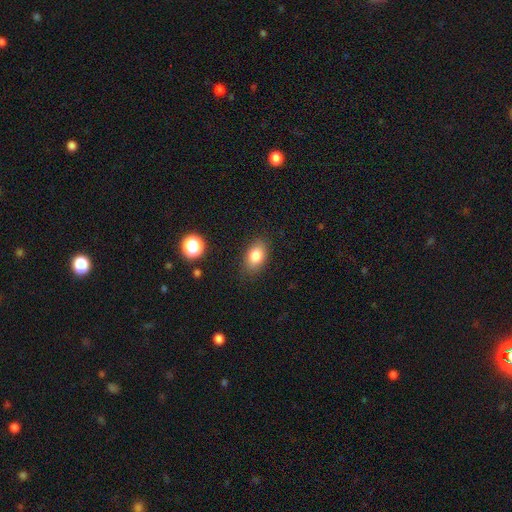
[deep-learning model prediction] Overall: smooth (82%). How rounded: in between (85%). Merging: none (83%).